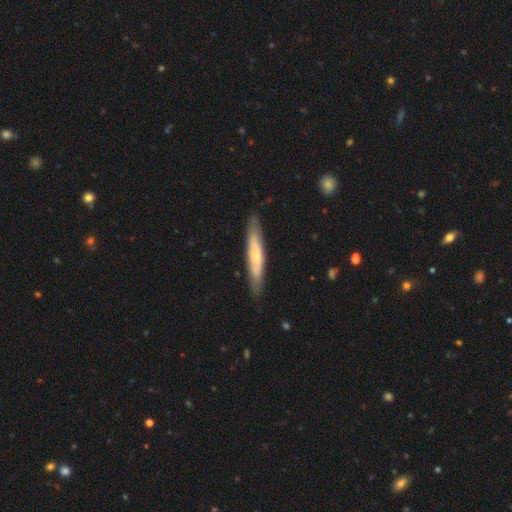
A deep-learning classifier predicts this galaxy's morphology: Smooth or featured? featured or disk (50%)
Merging? none (86%)